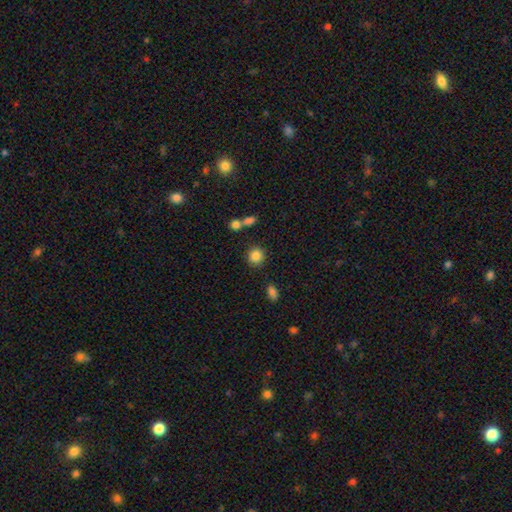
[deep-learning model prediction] smooth 85%, star or artifact 9%, featured or disk 5%. Down the decision tree: how rounded — round (88%); merging — none (81%).